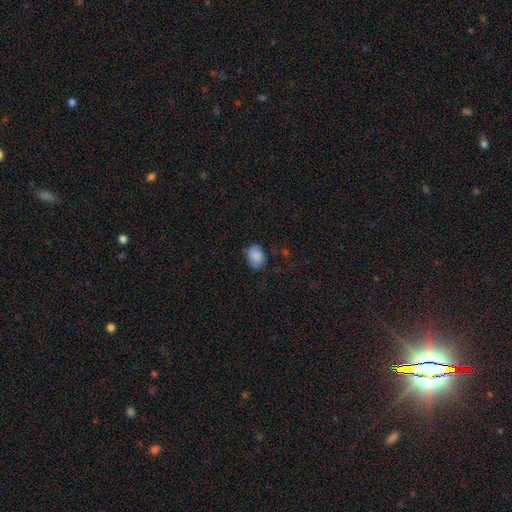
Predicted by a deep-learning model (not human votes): smooth-or-featured: smooth: 86% | star or artifact: 8% | featured or disk: 6%
  how-rounded: in between: 69% | round: 30% | cigar-shaped: 1%
  merging: none: 68% | minor disturbance: 25% | major disturbance: 6% | merger: 2%